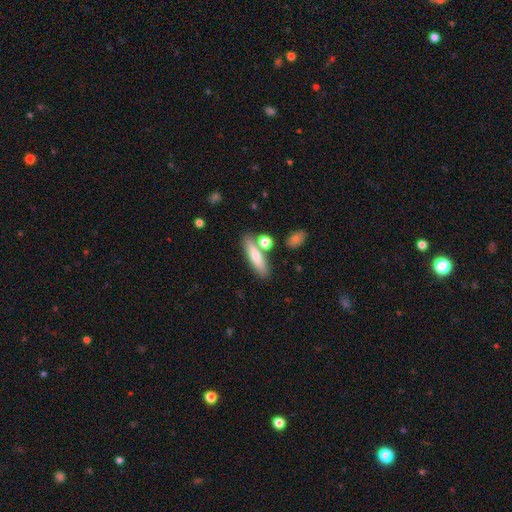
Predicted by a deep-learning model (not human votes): smooth_or_featured: smooth (p=0.72) [alt: featured or disk p=0.21]
how_rounded: cigar-shaped (p=0.65) [alt: in between p=0.31]
merging: none (p=0.71) [alt: merger p=0.14]